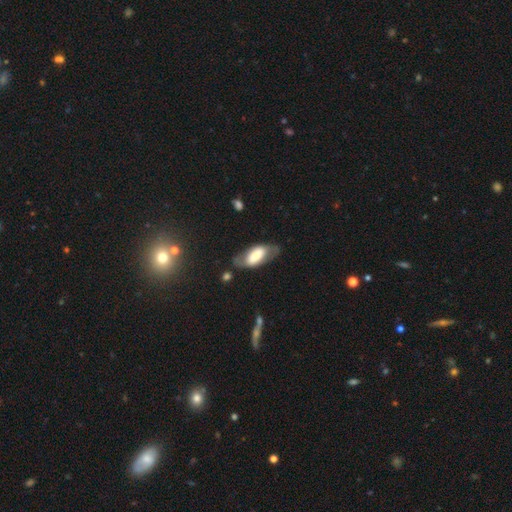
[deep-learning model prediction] Q: Smooth or featured?
A: smooth (54%); runner-up: featured or disk (40%)
Q: How rounded?
A: in between (87%); runner-up: cigar-shaped (10%)
Q: Merging?
A: none (61%); runner-up: minor disturbance (23%)